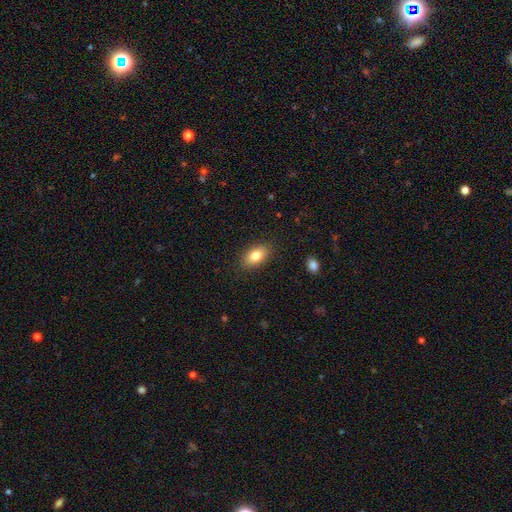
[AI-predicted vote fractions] This is clearly a smooth galaxy (82%). How rounded: clearly in between (89%). Merging: clearly none (87%).